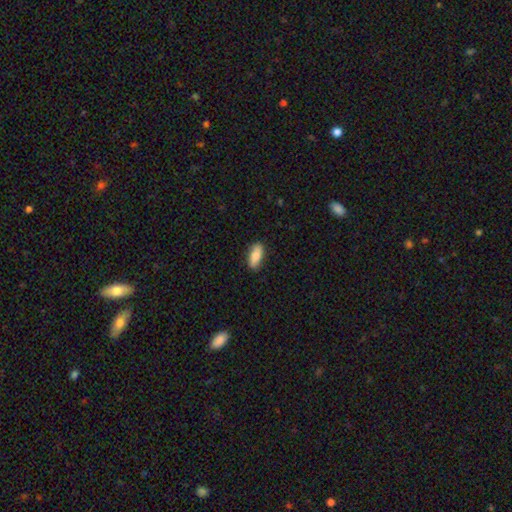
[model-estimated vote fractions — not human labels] Smooth or featured: smooth — 81% (featured or disk — 13%)
How rounded: in between — 83% (cigar-shaped — 14%)
Merging: none — 86% (minor disturbance — 11%)